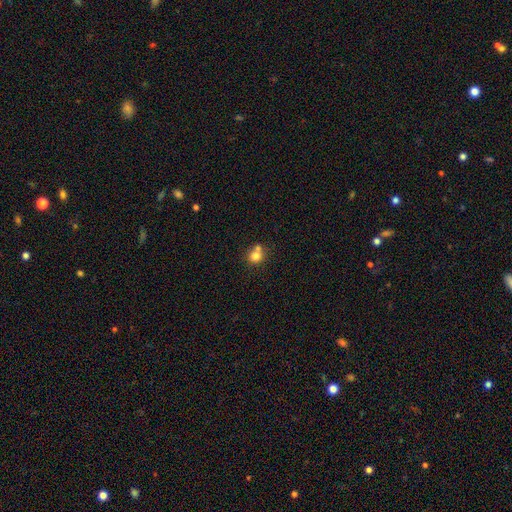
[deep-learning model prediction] Overall: smooth (78%). How rounded: round (84%). Merging: none (49%; merger 40%).